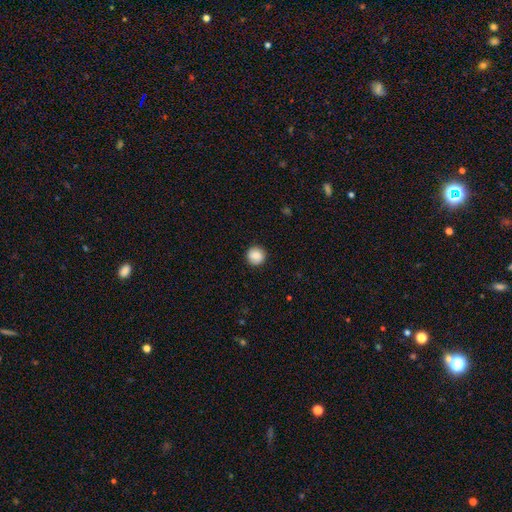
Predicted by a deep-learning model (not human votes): smooth 88%, star or artifact 8%, featured or disk 4%. Down the decision tree: how rounded — round (94%); merging — none (91%).